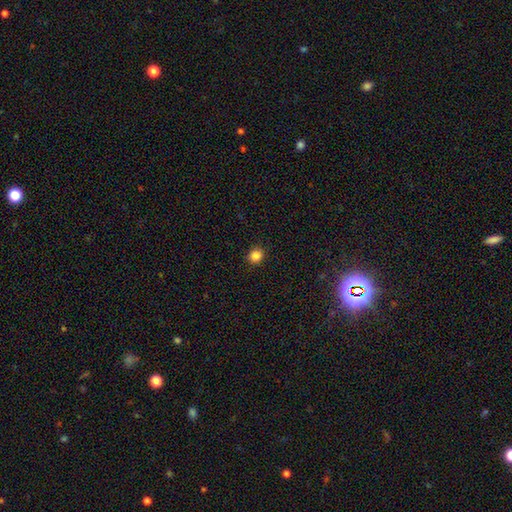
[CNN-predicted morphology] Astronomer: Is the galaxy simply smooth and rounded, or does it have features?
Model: smooth — 85%.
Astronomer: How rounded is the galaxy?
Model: round — 86%.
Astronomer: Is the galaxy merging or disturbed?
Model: none — 91%.